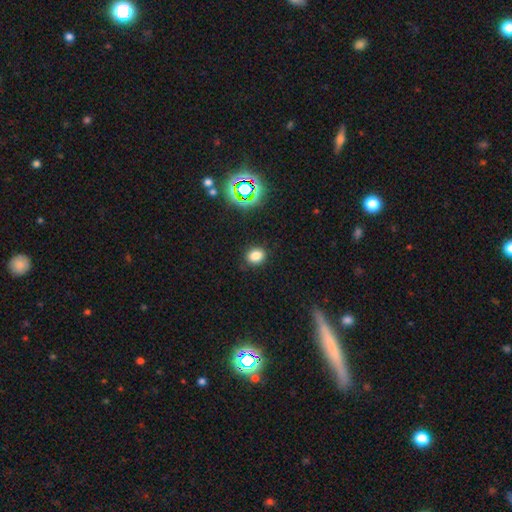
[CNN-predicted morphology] This is likely a smooth galaxy (79%). How rounded: possibly round (52%). Merging: clearly none (88%).